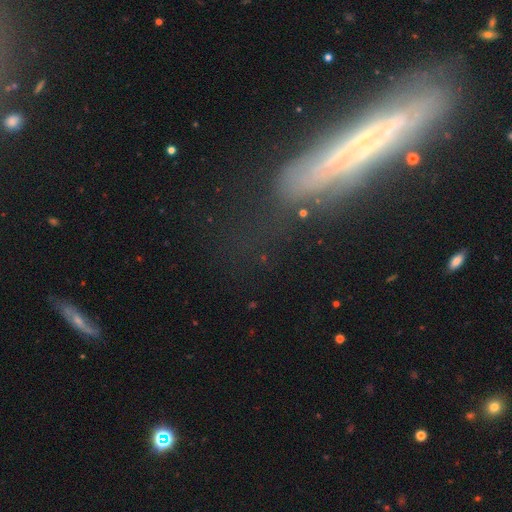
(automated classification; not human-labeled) The model was most divided on "smooth or featured": featured or disk: 59%, smooth: 28%, star or artifact: 13%. More confident: merging — none (69%); edge-on disk — yes (68%).